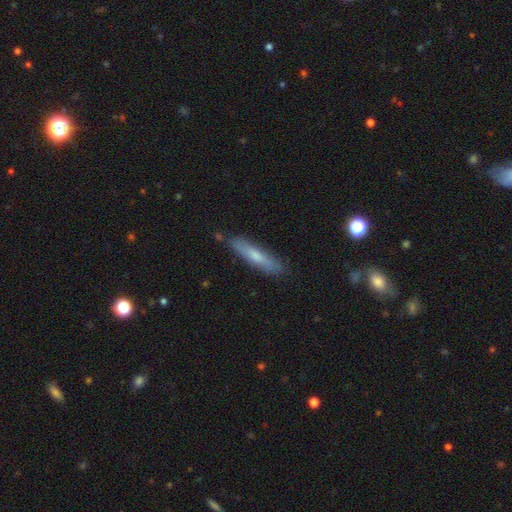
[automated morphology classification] A smooth galaxy with no disk features (61%) that is cigar-shaped (87%).

Vote fractions:
- Smooth or featured? smooth: 61% / featured or disk: 32% / star or artifact: 6%
- How rounded? cigar-shaped: 87% / in between: 12% / round: 1%
- Merging? none: 82% / minor disturbance: 13% / major disturbance: 2% / merger: 2%